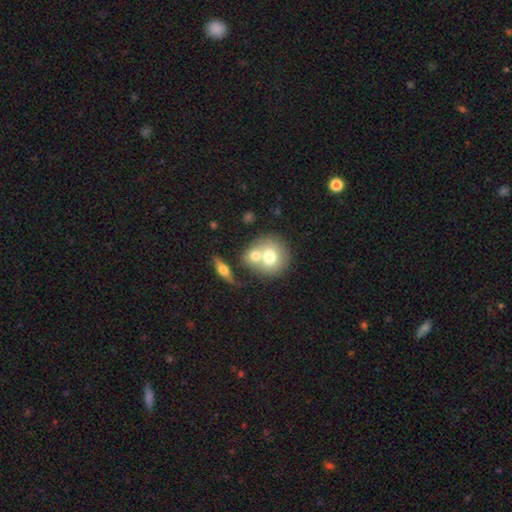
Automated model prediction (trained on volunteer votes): smooth_or_featured: smooth (p=0.67) [alt: featured or disk p=0.25]
how_rounded: round (p=0.74) [alt: in between p=0.25]
merging: merger (p=0.54) [alt: none p=0.34]